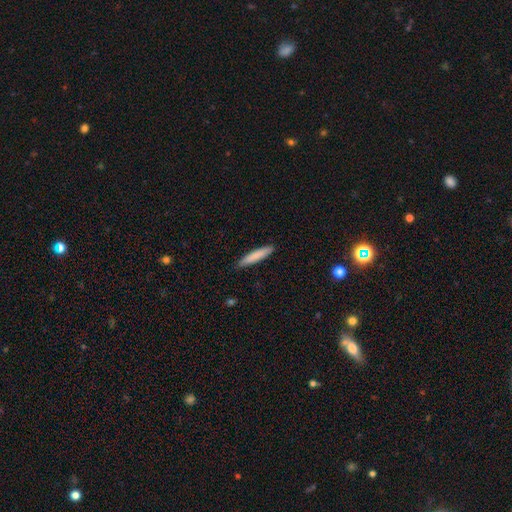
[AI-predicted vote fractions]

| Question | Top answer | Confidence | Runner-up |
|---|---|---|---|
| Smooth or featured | smooth | 83% | featured or disk (12%) |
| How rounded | cigar-shaped | 88% | in between (11%) |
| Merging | none | 88% | minor disturbance (9%) |